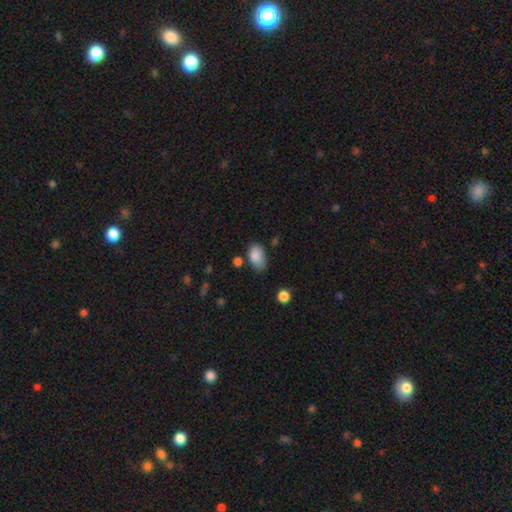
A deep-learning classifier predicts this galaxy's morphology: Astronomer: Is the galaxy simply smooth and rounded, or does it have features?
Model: smooth — 86%.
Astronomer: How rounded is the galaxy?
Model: in between — 91%.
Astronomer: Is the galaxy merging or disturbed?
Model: none — 58%.